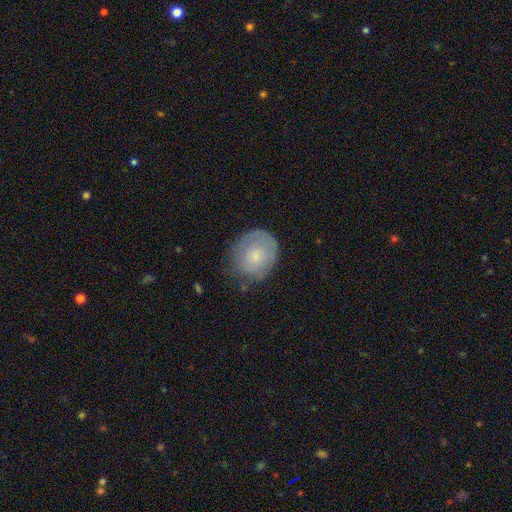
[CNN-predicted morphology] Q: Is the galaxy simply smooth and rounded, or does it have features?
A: smooth — 65%.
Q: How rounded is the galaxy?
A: round — 72%.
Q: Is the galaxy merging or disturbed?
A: none — 65%.